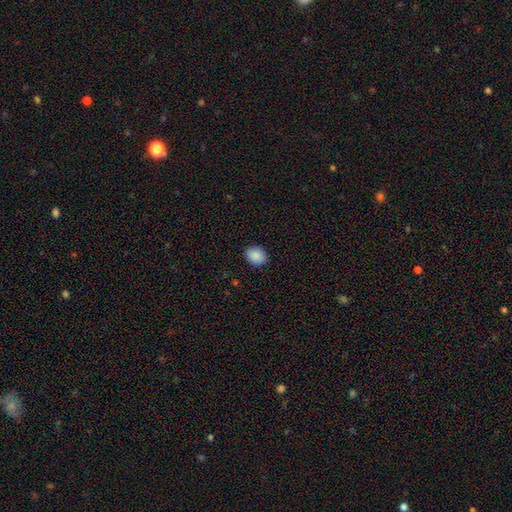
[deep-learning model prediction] A smooth galaxy with no disk features (89%) that is in between round and cigar-shaped (58%). Merging: none (89%).